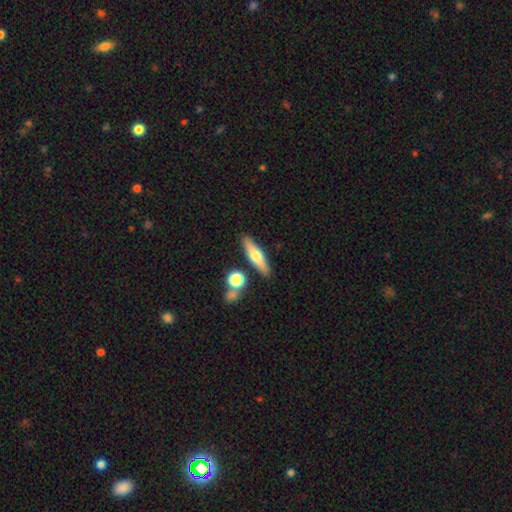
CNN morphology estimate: smooth 50%, featured or disk 43%, star or artifact 7%. Down the decision tree: merging — none (84%).